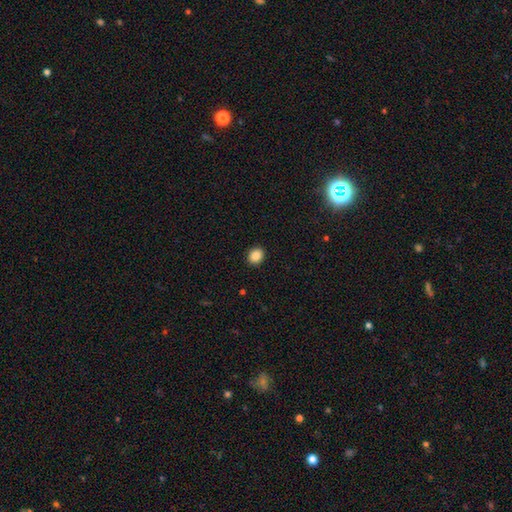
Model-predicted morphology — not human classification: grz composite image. It shows a smooth galaxy with no disk features (88%) that is round (63%). Merging: none (92%).